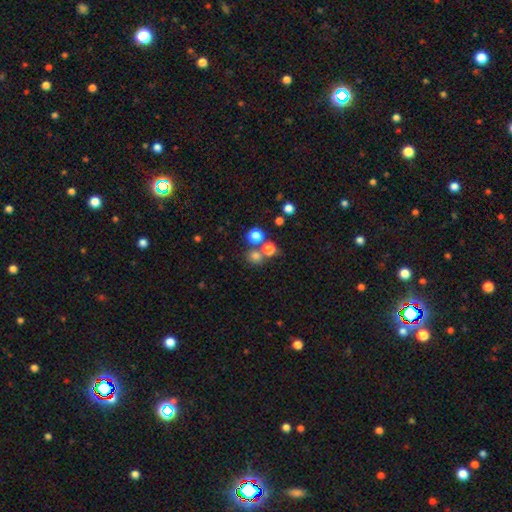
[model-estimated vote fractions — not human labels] smooth_or_featured: smooth (p=0.74) [alt: star or artifact p=0.19]
how_rounded: round (p=0.86) [alt: in between p=0.14]
merging: none (p=0.64) [alt: merger p=0.24]